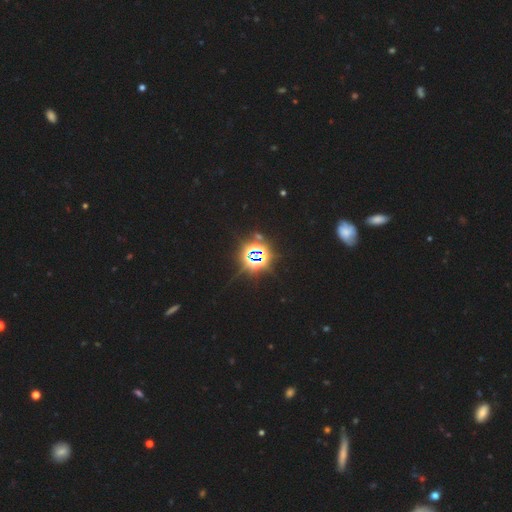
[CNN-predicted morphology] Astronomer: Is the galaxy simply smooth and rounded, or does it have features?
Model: star or artifact — 85%.